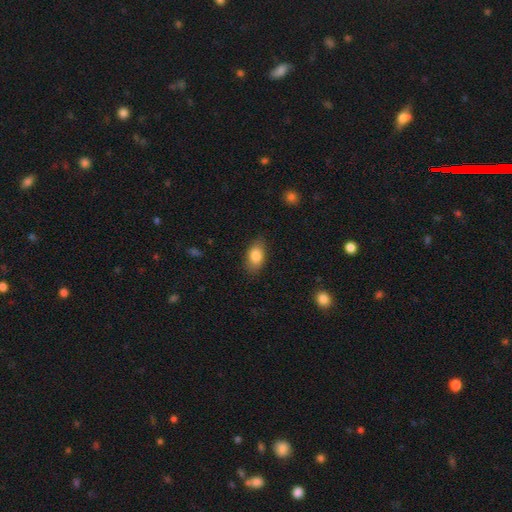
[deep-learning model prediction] This is clearly a smooth galaxy (84%). How rounded: clearly in between (89%). Merging: clearly none (82%).